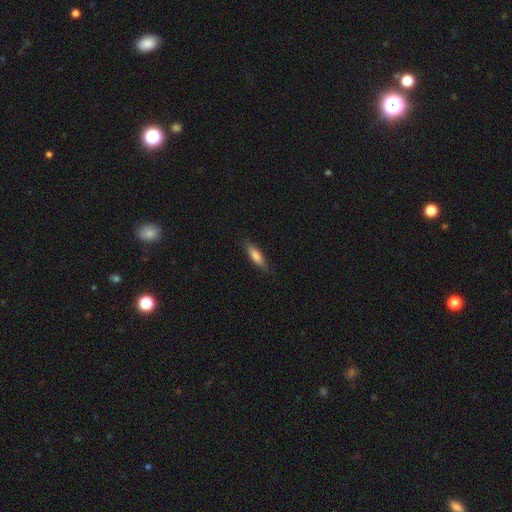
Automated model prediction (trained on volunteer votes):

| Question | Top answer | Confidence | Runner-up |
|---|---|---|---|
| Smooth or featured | smooth | 74% | featured or disk (19%) |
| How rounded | cigar-shaped | 63% | in between (36%) |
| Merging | none | 84% | minor disturbance (13%) |